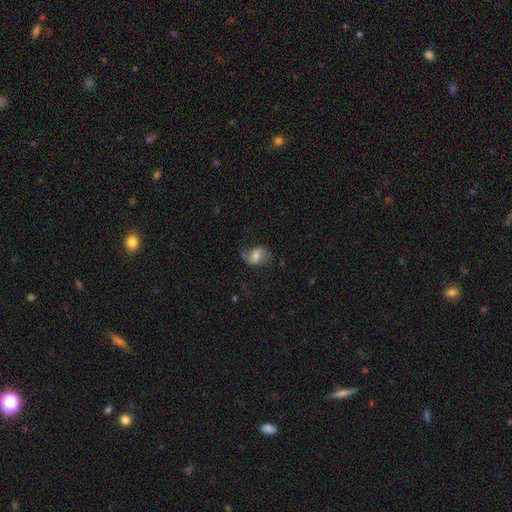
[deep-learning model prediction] Smooth or featured: featured or disk — 55% (smooth — 36%)
Edge-on disk: no — 97% (yes — 3%)
Bar: weak — 45% (no — 35%)
Spiral arms: yes — 88% (no — 12%)
Bulge size: moderate — 50% (small — 28%)
Merging: none — 59% (minor disturbance — 23%)